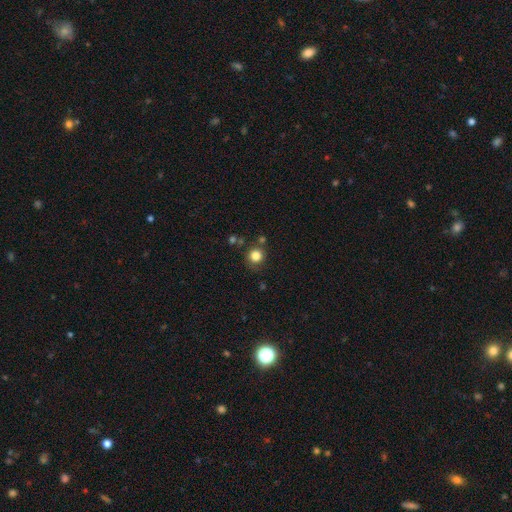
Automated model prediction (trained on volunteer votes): smooth 83%, star or artifact 12%, featured or disk 6%. Down the decision tree: how rounded — round (90%); merging — none (80%).